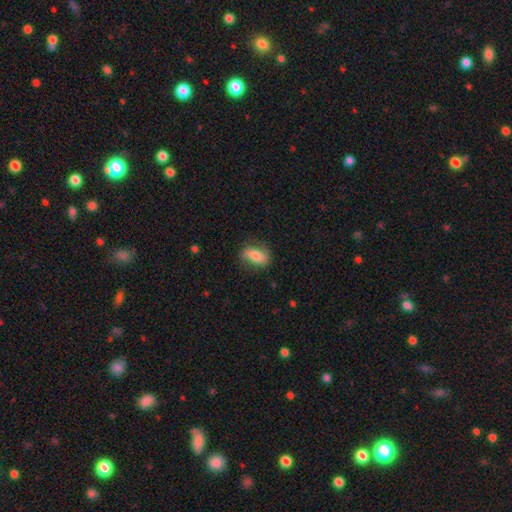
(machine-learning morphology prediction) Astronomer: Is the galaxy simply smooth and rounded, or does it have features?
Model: smooth — 56% (runner-up: featured or disk, 37%).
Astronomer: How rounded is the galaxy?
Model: in between — 85%.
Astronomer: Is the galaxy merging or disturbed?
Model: none — 71%.